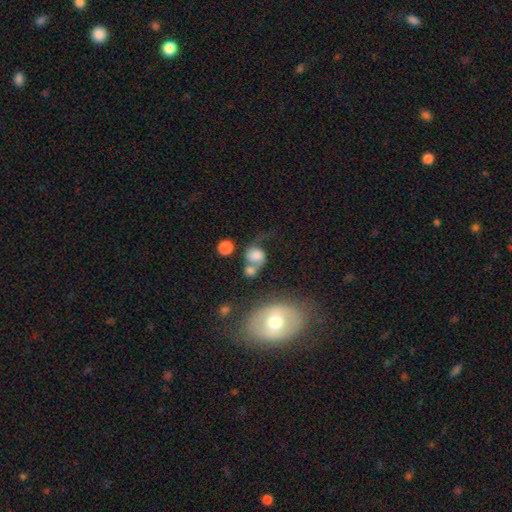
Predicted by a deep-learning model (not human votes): Morphology: type=smooth (63%); roundness=round (71%); merging=merger (39%).